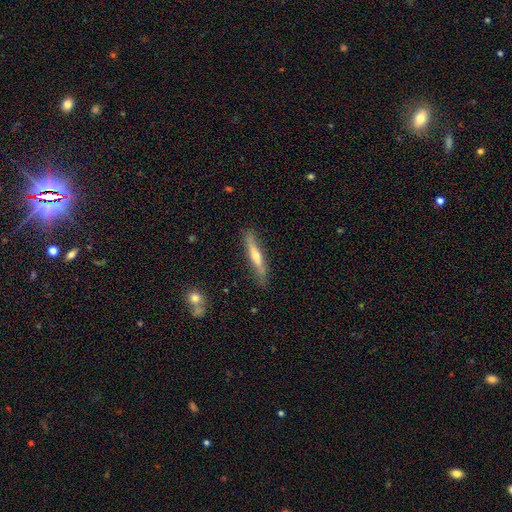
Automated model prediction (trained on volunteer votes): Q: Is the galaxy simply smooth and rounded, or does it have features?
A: featured or disk — 55%.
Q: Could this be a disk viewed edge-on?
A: yes — 90%.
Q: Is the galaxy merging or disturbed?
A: none — 80%.